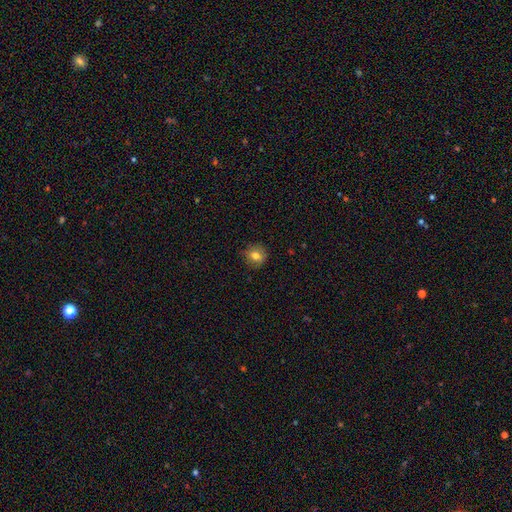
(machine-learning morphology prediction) Smooth or featured? smooth (78%)
How rounded? round (89%)
Merging? none (83%)